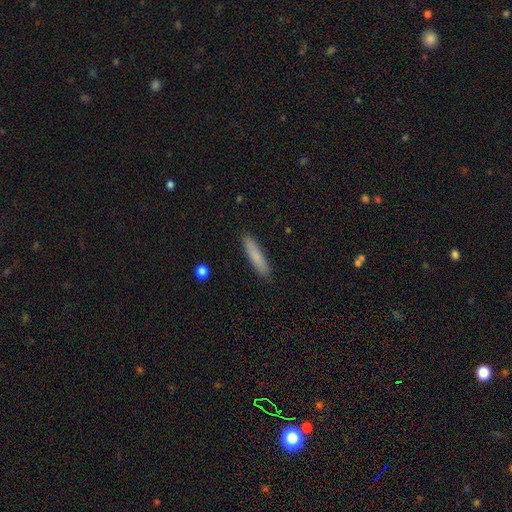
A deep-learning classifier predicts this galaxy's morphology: This is clearly a smooth galaxy (82%). How rounded: clearly cigar-shaped (87%). Merging: clearly none (90%).